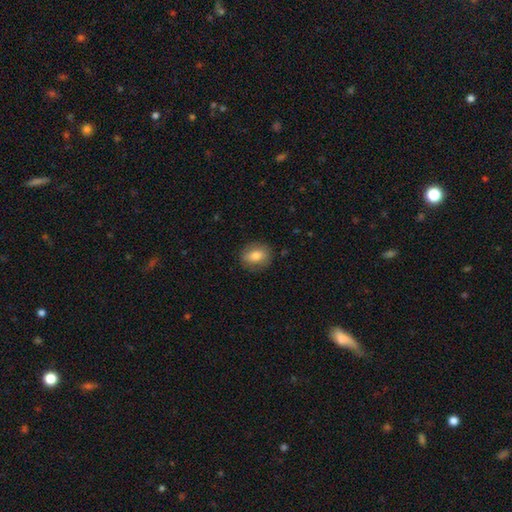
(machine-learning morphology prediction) This appears to be a smooth galaxy with no disk features (76%) that is in between round and cigar-shaped (59%). Merging: none (84%).